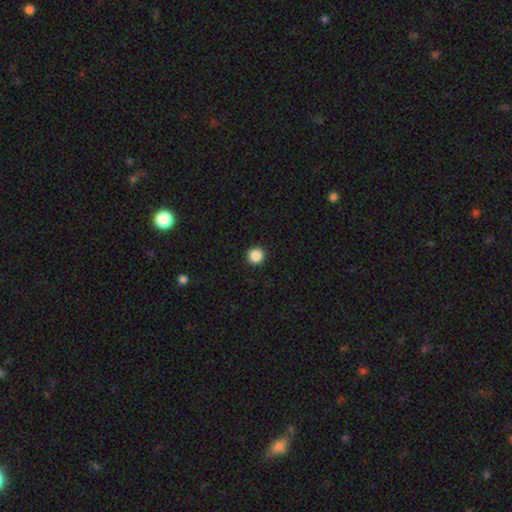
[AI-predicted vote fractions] Overall: smooth (88%). How rounded: round (96%). Merging: none (93%).